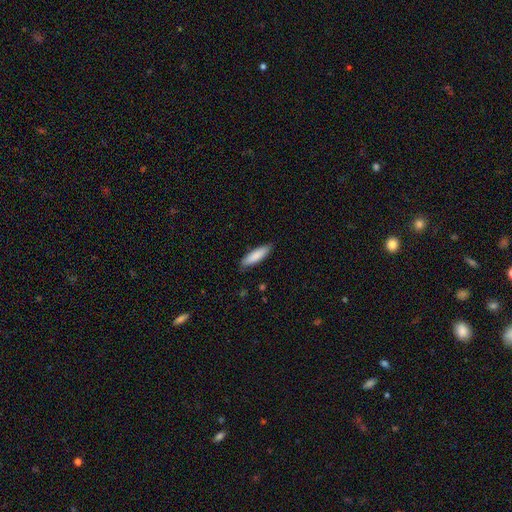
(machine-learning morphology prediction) Q: Smooth or featured?
A: smooth (87%); runner-up: featured or disk (8%)
Q: How rounded?
A: cigar-shaped (61%); runner-up: in between (38%)
Q: Merging?
A: none (86%); runner-up: minor disturbance (11%)